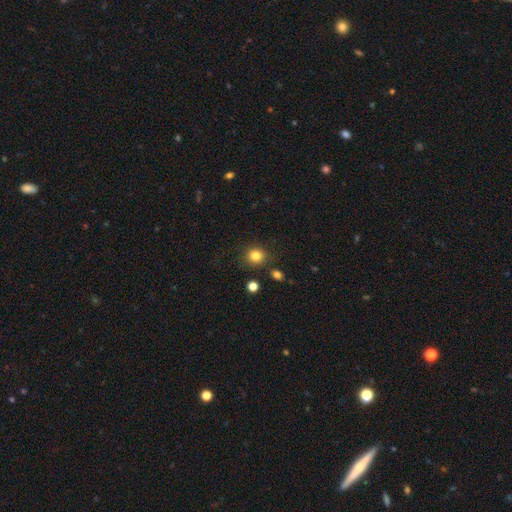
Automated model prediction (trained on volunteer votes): Smooth or featured: smooth — 83% (star or artifact — 12%)
How rounded: round — 84% (in between — 15%)
Merging: none — 84% (minor disturbance — 10%)